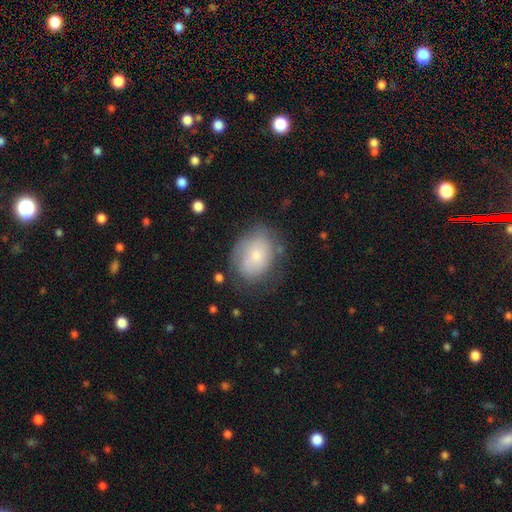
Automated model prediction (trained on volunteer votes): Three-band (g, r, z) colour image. It shows a smooth galaxy with no disk features (62%) that is in between round and cigar-shaped (59%). Merging: none (60%).